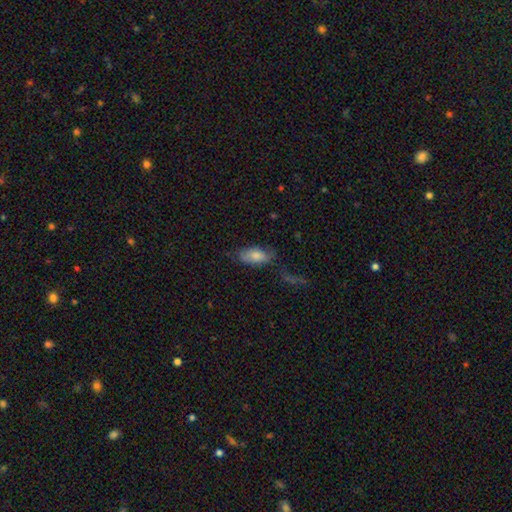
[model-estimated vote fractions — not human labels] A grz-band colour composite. It shows a smooth galaxy with no disk features (76%) that is in between round and cigar-shaped (89%). Merging: none (54%).